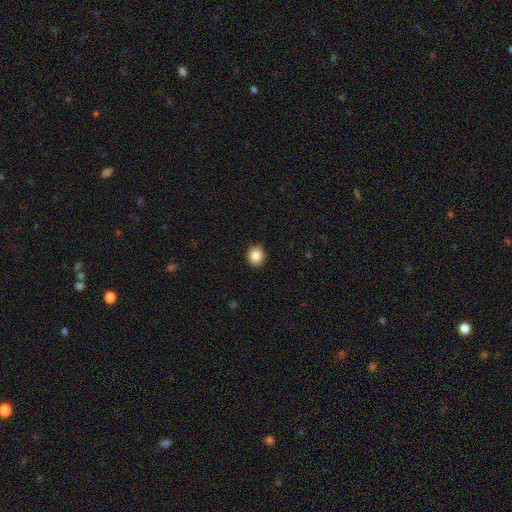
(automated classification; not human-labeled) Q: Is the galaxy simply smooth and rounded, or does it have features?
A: smooth — 85%.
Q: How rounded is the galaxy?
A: round — 86%.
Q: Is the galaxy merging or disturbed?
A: none — 91%.